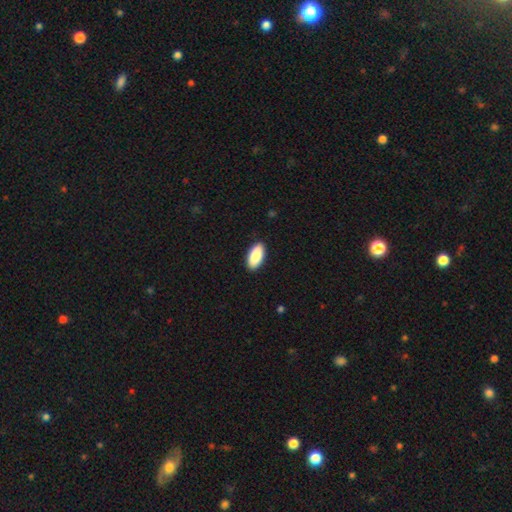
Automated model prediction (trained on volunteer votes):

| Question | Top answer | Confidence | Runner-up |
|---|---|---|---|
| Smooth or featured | smooth | 89% | star or artifact (6%) |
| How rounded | in between | 91% | cigar-shaped (7%) |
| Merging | none | 90% | minor disturbance (7%) |